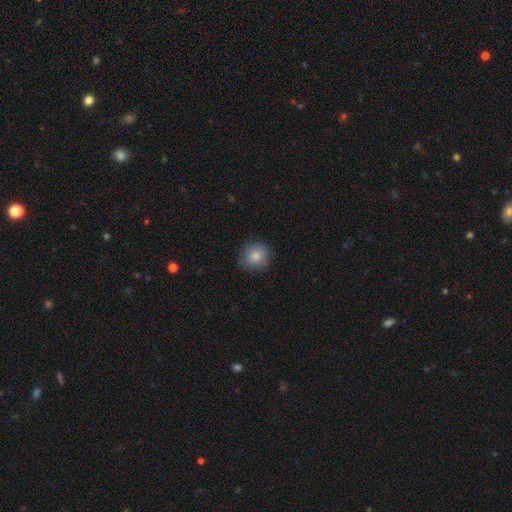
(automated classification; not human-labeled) smooth 84%, star or artifact 8%, featured or disk 7%. Down the decision tree: how rounded — round (90%); merging — none (85%).